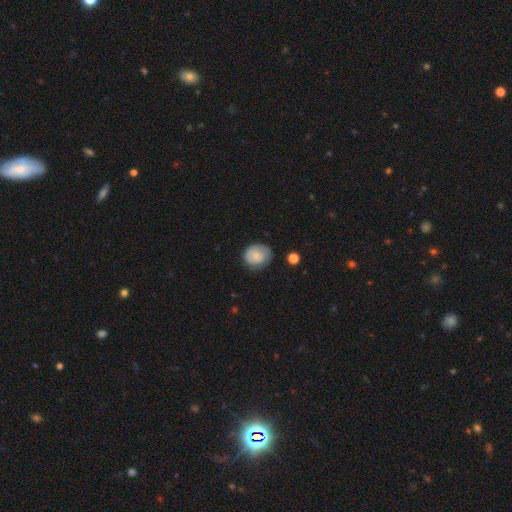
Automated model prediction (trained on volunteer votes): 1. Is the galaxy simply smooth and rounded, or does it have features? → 77% smooth, 16% featured or disk, 8% star or artifact.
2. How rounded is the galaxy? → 74% round, 25% in between, 1% cigar-shaped.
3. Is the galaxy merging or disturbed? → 66% none, 26% minor disturbance, 7% major disturbance, 2% merger.